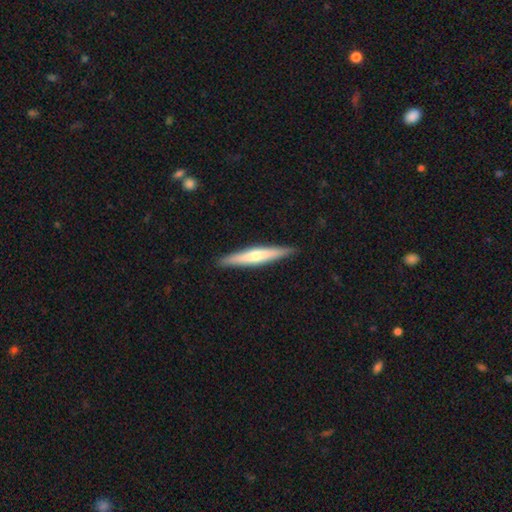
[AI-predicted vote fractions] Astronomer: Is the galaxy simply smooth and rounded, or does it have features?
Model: featured or disk — 49% (runner-up: smooth, 46%).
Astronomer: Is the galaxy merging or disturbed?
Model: none — 91%.